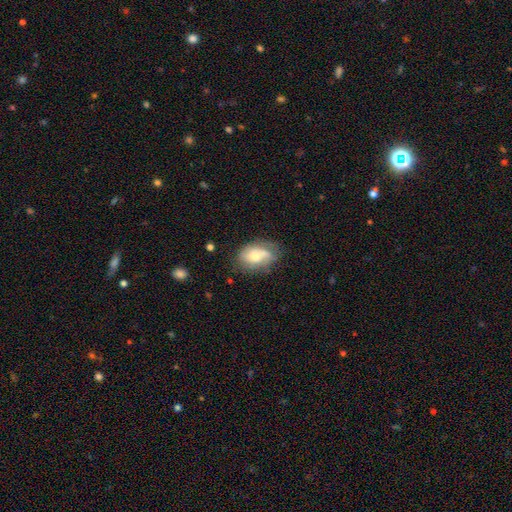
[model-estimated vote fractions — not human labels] This is possibly a smooth galaxy (51%). How rounded: likely in between (79%). Merging: possibly none (54%).